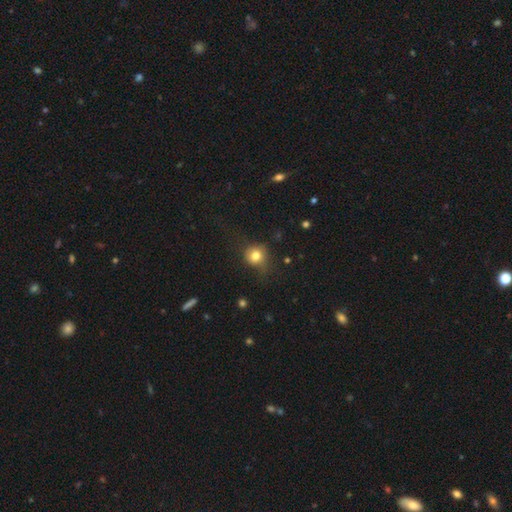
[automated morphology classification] Smooth or featured?
  - smooth: 78% *
  - star or artifact: 13%
  - featured or disk: 9%
How rounded?
  - round: 83% *
  - in between: 16%
  - cigar-shaped: 1%
Merging?
  - none: 63% *
  - minor disturbance: 24%
  - major disturbance: 12%
  - merger: 2%